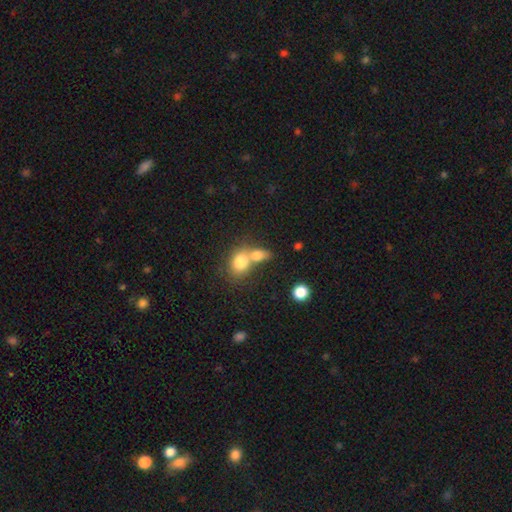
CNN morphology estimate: Smooth or featured? smooth (77%)
How rounded? in between (58%)
Merging? merger (60%)